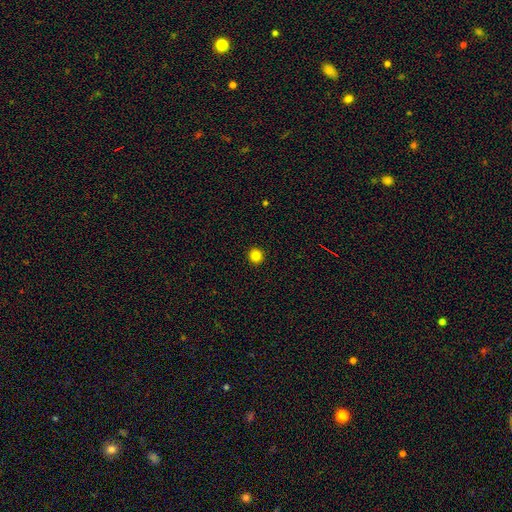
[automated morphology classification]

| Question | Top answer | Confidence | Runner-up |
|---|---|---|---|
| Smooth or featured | smooth | 84% | star or artifact (12%) |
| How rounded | round | 94% | in between (5%) |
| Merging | none | 94% | minor disturbance (4%) |